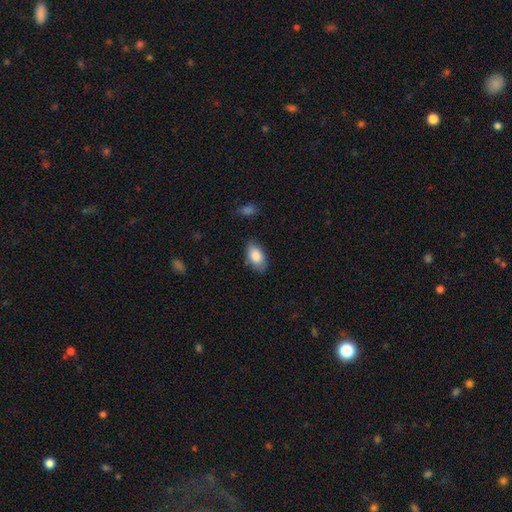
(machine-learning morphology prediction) Smooth or featured? Predicted: smooth (p=0.84). How rounded? Predicted: in between (p=0.93). Merging? Predicted: none (p=0.75).